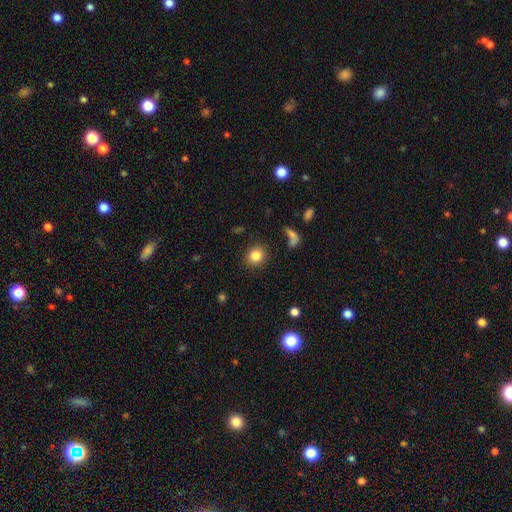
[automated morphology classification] The model was most divided on "how rounded": round: 78%, in between: 20%, cigar-shaped: 1%. More confident: merging — none (85%); smooth or featured — smooth (84%).